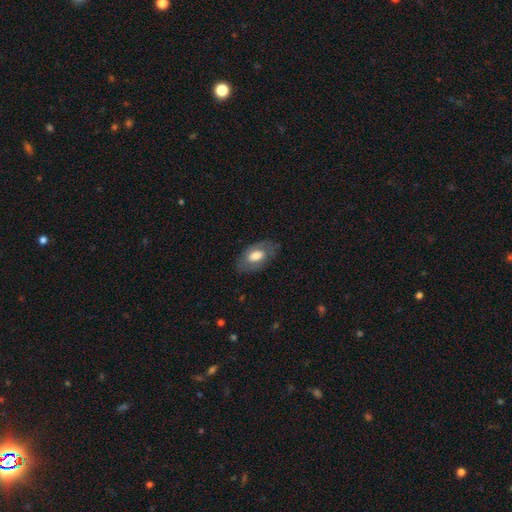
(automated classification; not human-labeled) Morphology: type=smooth (62%); roundness=in between (92%); merging=none (76%).